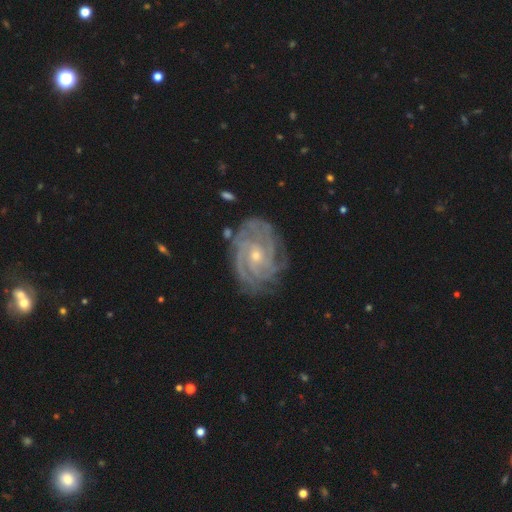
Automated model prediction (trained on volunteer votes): Overall: featured or disk (90%). Edge-on disk: no (97%). Bar: no (64%; weak 29%). Spiral arms: yes (98%). Spiral arm count: 4 (24%; can't tell 23%). Spiral winding: tight (75%). Bulge size: small (62%; moderate 35%). Merging: none (76%).